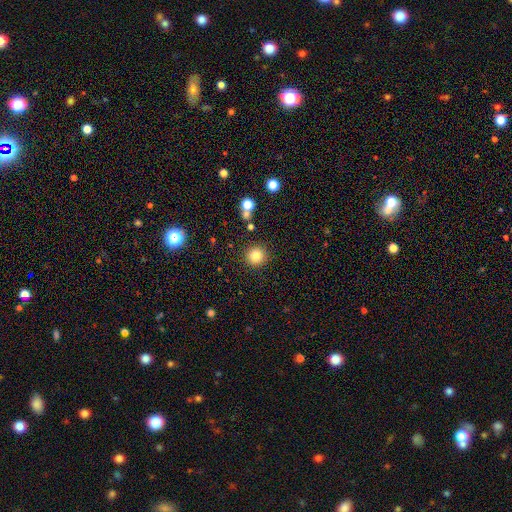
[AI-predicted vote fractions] Overall: smooth (81%). How rounded: round (94%). Merging: none (88%).